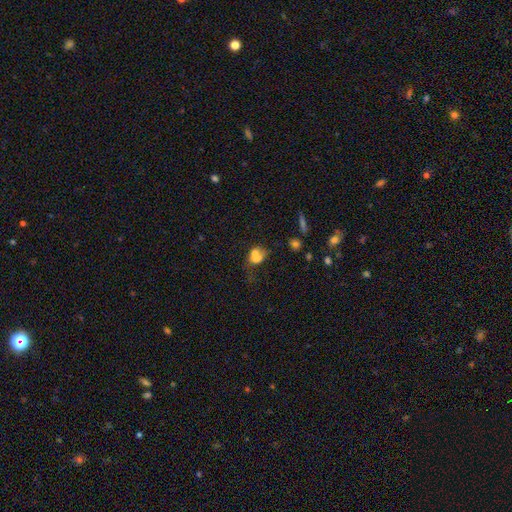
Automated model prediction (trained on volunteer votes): Smooth or featured? smooth (64%)
How rounded? in between (50%)
Merging? merger (60%)